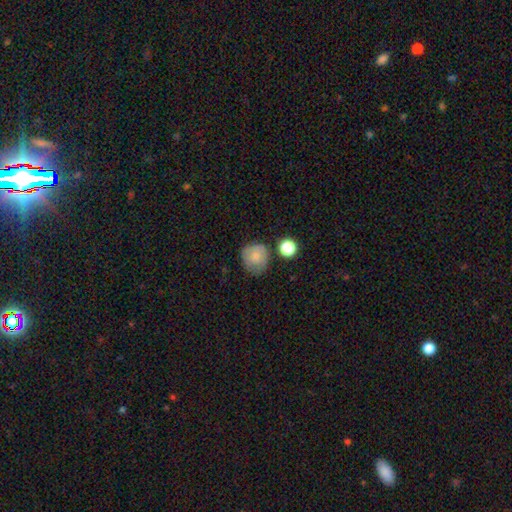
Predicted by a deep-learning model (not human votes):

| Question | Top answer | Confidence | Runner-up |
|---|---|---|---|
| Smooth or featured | smooth | 74% | featured or disk (17%) |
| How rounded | round | 83% | in between (16%) |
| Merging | none | 62% | minor disturbance (25%) |